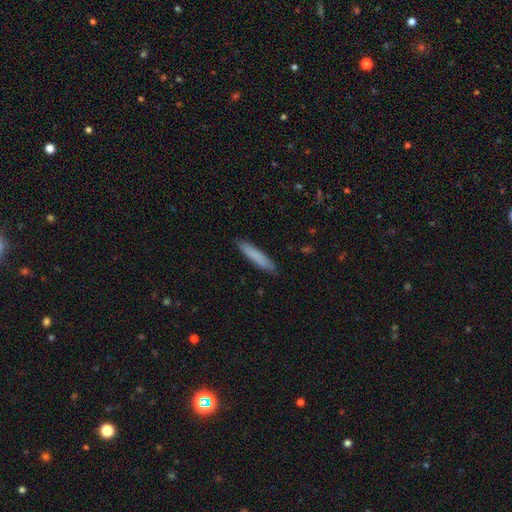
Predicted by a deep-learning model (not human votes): The model was most divided on "smooth or featured": smooth: 81%, featured or disk: 13%, star or artifact: 6%. More confident: how rounded — cigar-shaped (90%); merging — none (88%).